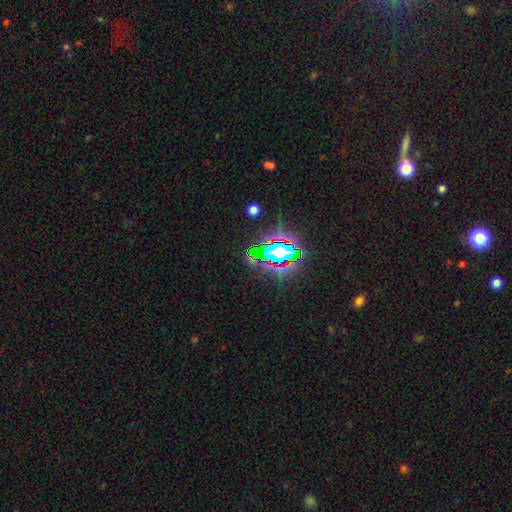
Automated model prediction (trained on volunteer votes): This is likely a star or artifact rather than a galaxy (77%).